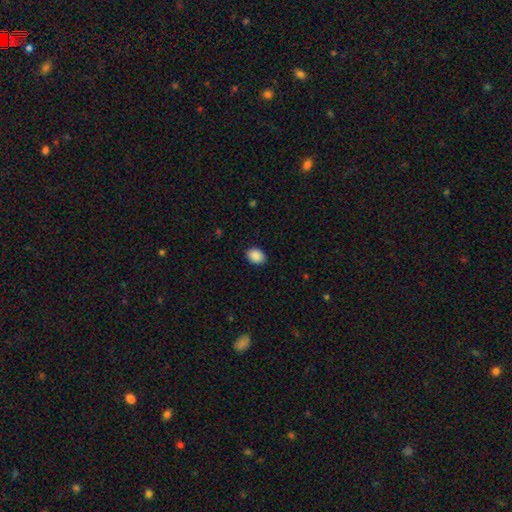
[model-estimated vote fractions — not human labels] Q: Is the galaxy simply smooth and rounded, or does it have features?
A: smooth — 90%.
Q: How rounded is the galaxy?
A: in between — 73%.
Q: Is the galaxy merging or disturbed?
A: none — 89%.